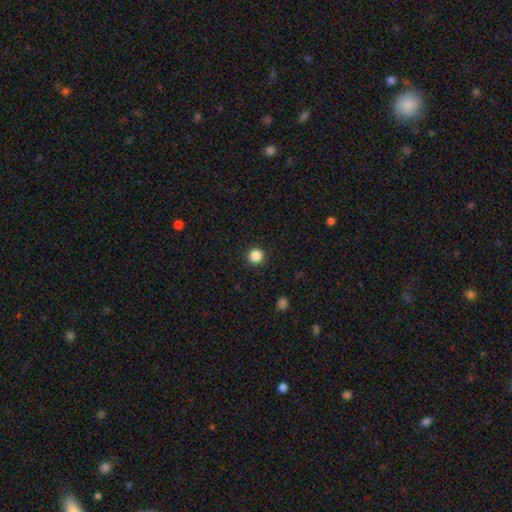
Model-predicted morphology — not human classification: A smooth galaxy with no disk features (86%) that is round (95%).

Vote fractions:
- Smooth or featured? smooth: 86% / star or artifact: 11% / featured or disk: 3%
- How rounded? round: 95% / in between: 4% / cigar-shaped: 1%
- Merging? none: 93% / minor disturbance: 5% / major disturbance: 2% / merger: 1%